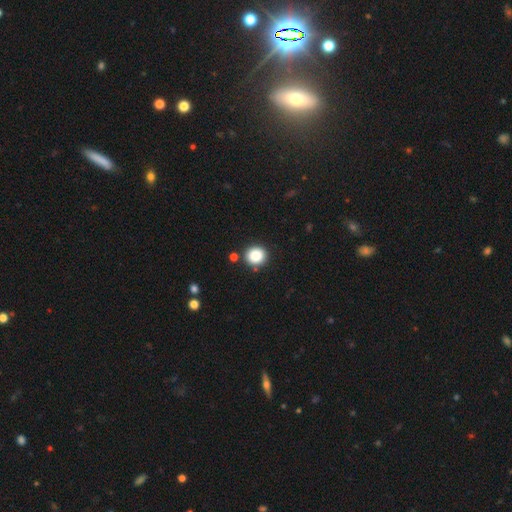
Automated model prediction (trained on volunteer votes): Q: Smooth or featured?
A: smooth (86%); runner-up: star or artifact (10%)
Q: How rounded?
A: round (83%); runner-up: in between (16%)
Q: Merging?
A: none (86%); runner-up: minor disturbance (8%)